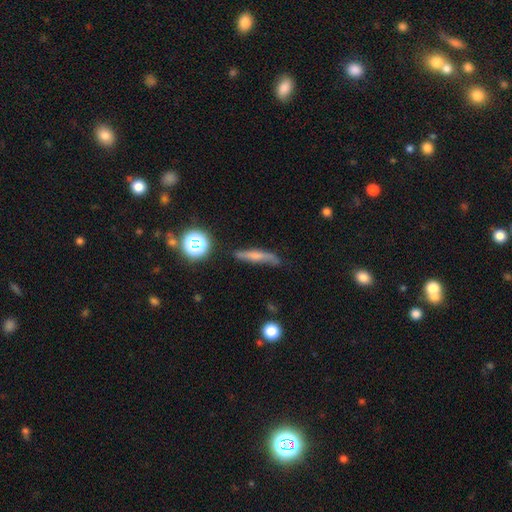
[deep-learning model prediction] Overall: smooth (51%; featured or disk 38%). How rounded: cigar-shaped (81%). Merging: none (67%).